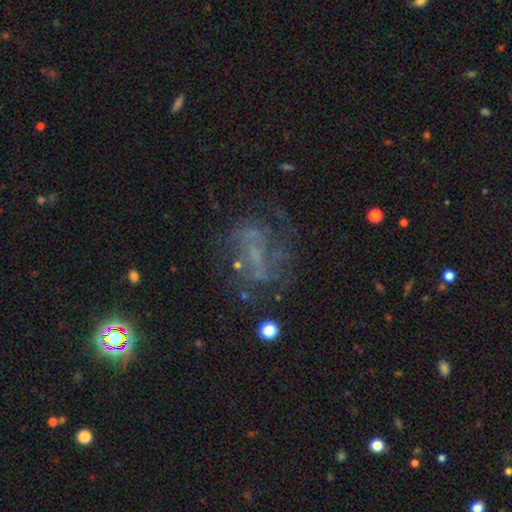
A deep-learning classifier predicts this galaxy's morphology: Smooth or featured?
  - featured or disk: 50% *
  - star or artifact: 30%
  - smooth: 19%
Edge-on disk?
  - no: 95% *
  - yes: 5%
Merging?
  - none: 52% *
  - major disturbance: 26%
  - minor disturbance: 17%
  - merger: 4%